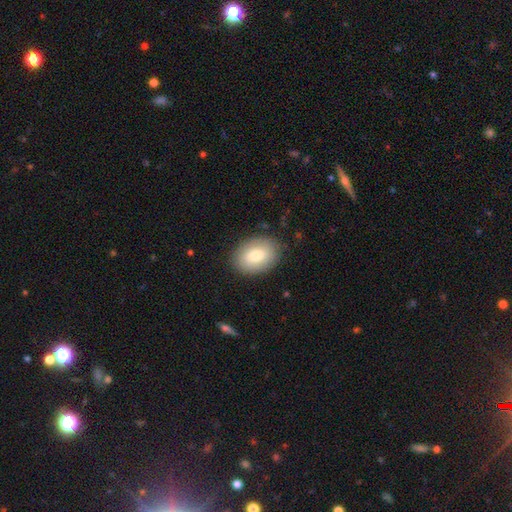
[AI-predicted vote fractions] Q: Smooth or featured?
A: smooth (78%); runner-up: featured or disk (16%)
Q: How rounded?
A: in between (80%); runner-up: round (19%)
Q: Merging?
A: none (85%); runner-up: minor disturbance (11%)